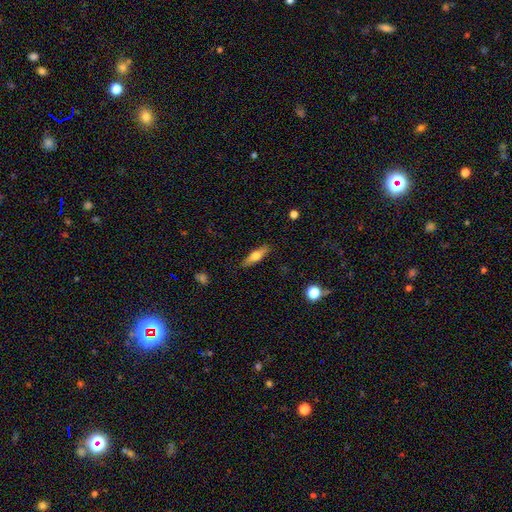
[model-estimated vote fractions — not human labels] This is possibly a smooth galaxy (54%). How rounded: likely cigar-shaped (62%). Merging: clearly none (87%).